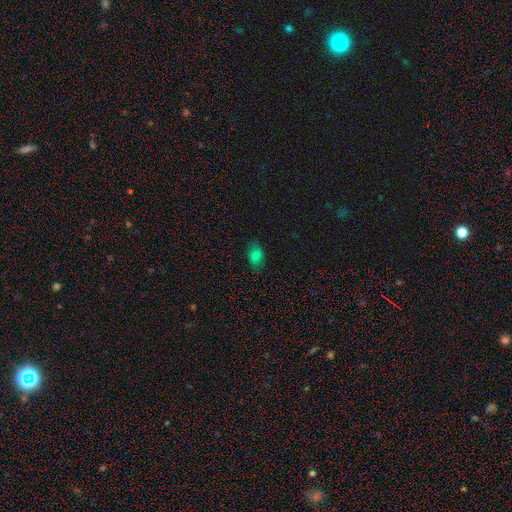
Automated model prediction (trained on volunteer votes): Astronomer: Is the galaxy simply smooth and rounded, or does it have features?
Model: smooth — 81%.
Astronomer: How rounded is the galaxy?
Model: in between — 86%.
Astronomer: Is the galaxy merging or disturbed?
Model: none — 80%.